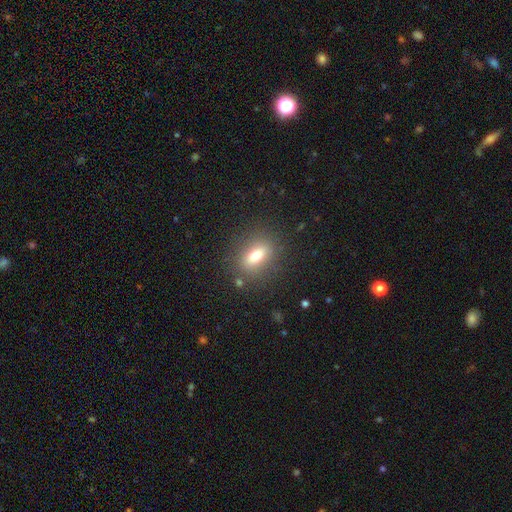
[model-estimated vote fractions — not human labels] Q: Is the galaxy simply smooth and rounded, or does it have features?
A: smooth — 71%.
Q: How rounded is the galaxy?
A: in between — 73%.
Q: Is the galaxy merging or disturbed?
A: none — 83%.